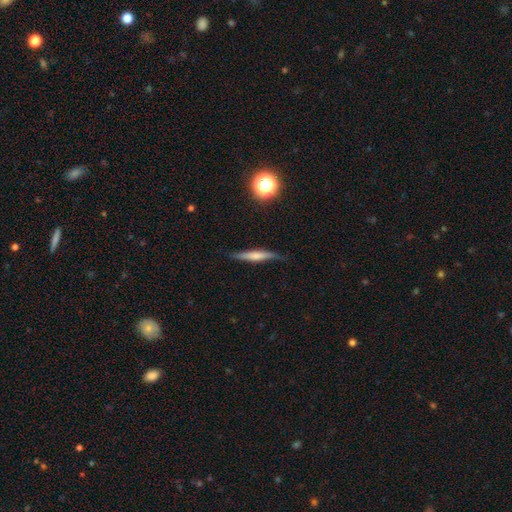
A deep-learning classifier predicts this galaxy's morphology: The model was most divided on "smooth or featured": smooth: 47%, featured or disk: 45%, star or artifact: 8%. More confident: merging — none (79%).